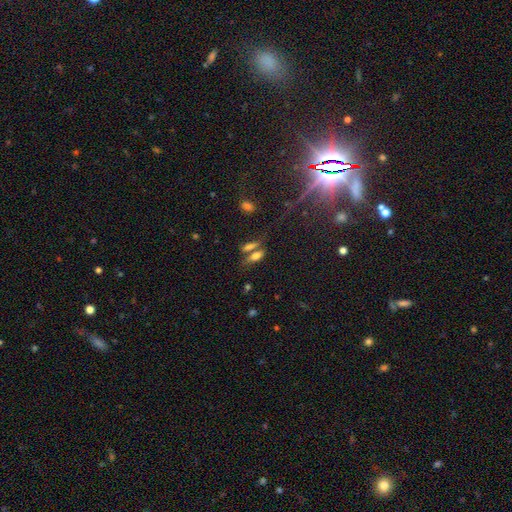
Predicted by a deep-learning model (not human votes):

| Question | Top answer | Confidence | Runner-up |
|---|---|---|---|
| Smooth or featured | smooth | 65% | featured or disk (20%) |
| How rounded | in between | 63% | cigar-shaped (32%) |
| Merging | none | 50% | merger (32%) |